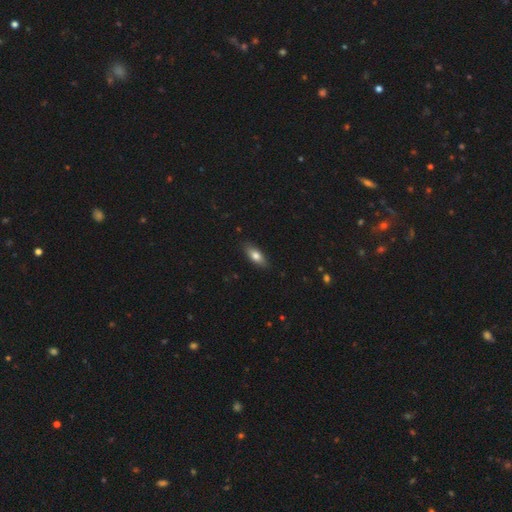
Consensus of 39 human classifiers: Morphology: type=smooth (72%); roundness=in between (71%); merging=none (89%).